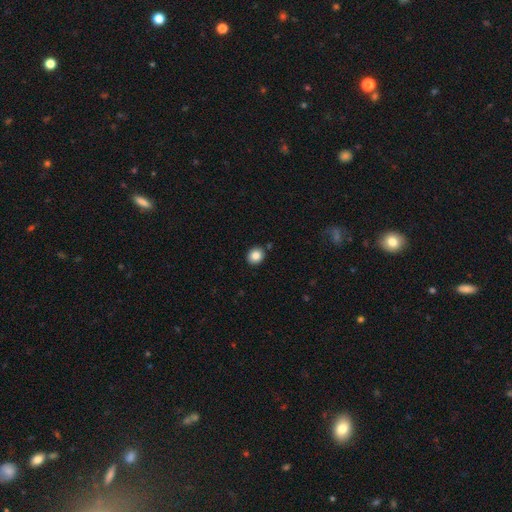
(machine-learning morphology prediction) Overall: smooth (85%). How rounded: round (75%). Merging: none (89%).